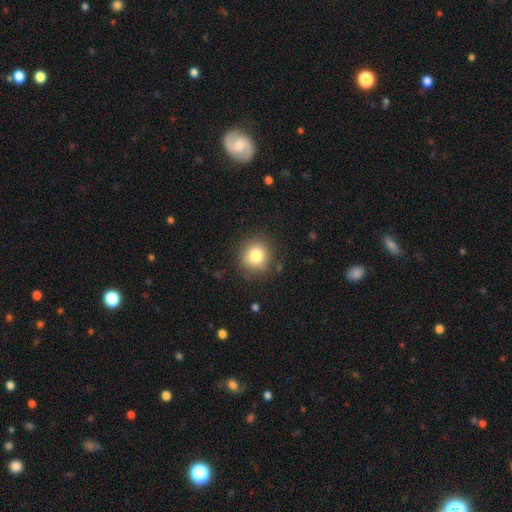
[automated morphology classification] smooth_or_featured: smooth (p=0.81) [alt: star or artifact p=0.11]
how_rounded: round (p=0.90) [alt: in between p=0.09]
merging: none (p=0.87) [alt: minor disturbance p=0.09]